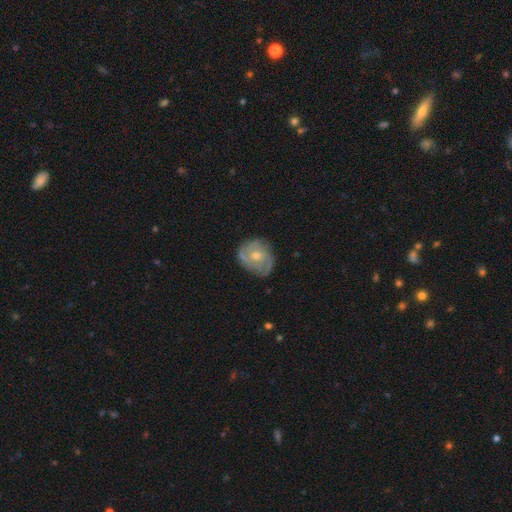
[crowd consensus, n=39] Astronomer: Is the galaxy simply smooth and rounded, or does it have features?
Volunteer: featured or disk — 79%.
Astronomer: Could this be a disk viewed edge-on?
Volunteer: no — 97%.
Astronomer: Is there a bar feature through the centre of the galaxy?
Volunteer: no — 83%.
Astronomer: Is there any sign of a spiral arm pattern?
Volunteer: yes — 93%.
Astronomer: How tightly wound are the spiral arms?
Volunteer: tight — 46% (runner-up: medium, 43%).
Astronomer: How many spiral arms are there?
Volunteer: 3 — 54%.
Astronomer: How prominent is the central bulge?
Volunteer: moderate — 73%.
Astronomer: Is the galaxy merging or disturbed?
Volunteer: none — 59%.